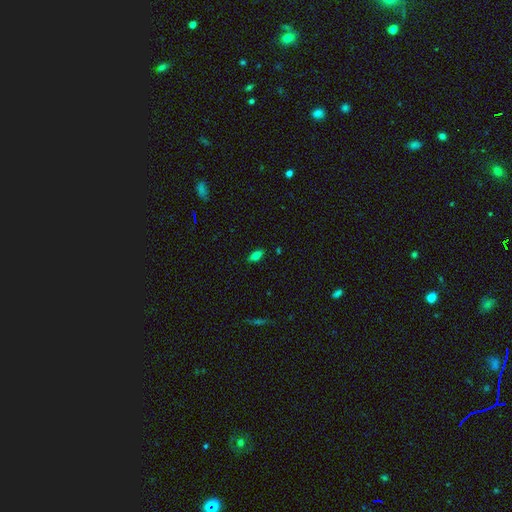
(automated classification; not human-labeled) A smooth galaxy with no disk features (69%) that is in between round and cigar-shaped (81%).

Vote fractions:
- Smooth or featured? smooth: 69% / featured or disk: 19% / star or artifact: 11%
- How rounded? in between: 81% / cigar-shaped: 15% / round: 5%
- Merging? none: 85% / minor disturbance: 11% / major disturbance: 2% / merger: 2%